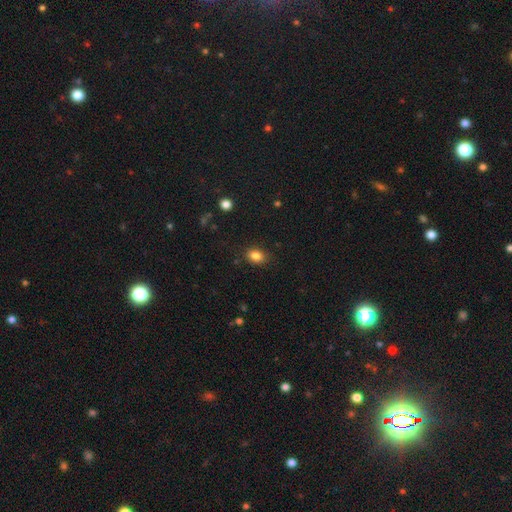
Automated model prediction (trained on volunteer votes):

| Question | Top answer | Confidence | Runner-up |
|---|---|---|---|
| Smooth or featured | smooth | 84% | star or artifact (10%) |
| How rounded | in between | 74% | round (24%) |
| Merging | none | 84% | minor disturbance (12%) |